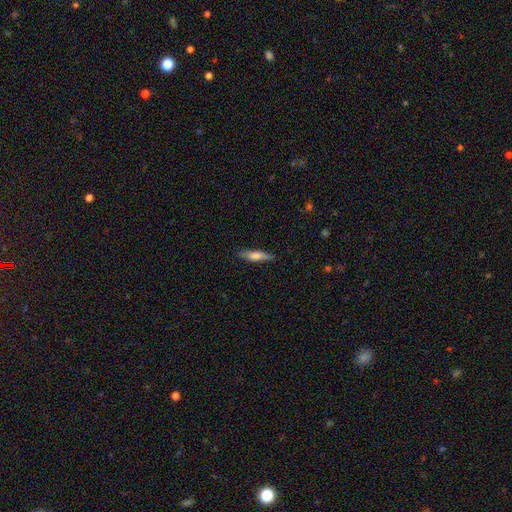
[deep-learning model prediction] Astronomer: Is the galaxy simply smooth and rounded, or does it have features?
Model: smooth — 62%.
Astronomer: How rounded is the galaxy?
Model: cigar-shaped — 79%.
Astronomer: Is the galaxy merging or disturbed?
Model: none — 85%.